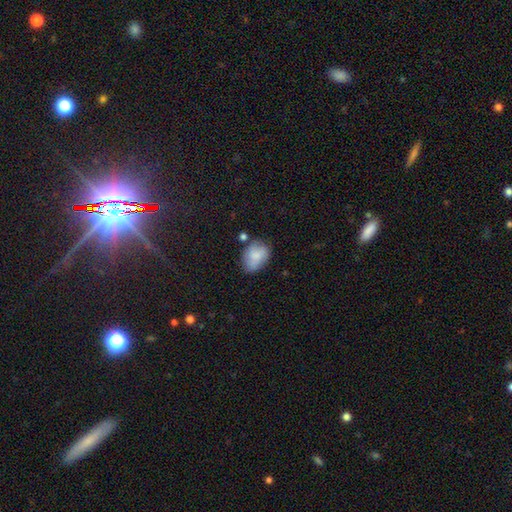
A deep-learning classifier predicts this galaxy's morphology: Smooth or featured: smooth — 74% (featured or disk — 18%)
How rounded: in between — 75% (round — 24%)
Merging: none — 56% (minor disturbance — 28%)